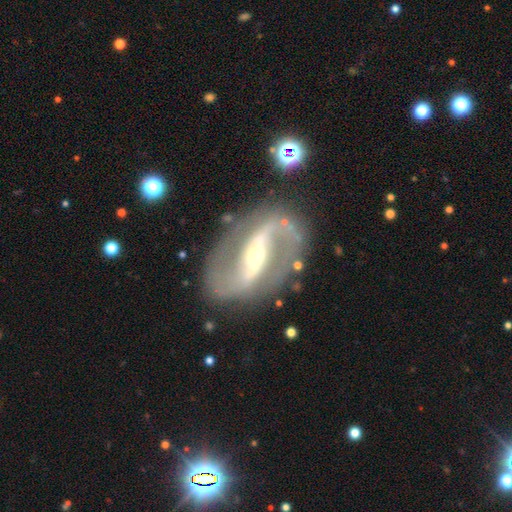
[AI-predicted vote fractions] A featured or disk galaxy (89%) with a strong bar (61%), 2 (92%) medium (46%) spiral arms (93%) and a small central bulge (57%).

Vote fractions:
- Smooth or featured? featured or disk: 89% / star or artifact: 5% / smooth: 5%
- Edge-on disk? no: 95% / yes: 5%
- Bar? strong: 61% / weak: 24% / no: 15%
- Spiral arms? yes: 93% / no: 7%
- Spiral winding? medium: 46% / loose: 38% / tight: 16%
- Spiral arm count? 2: 92% / can't tell: 3% / 1: 2% / 3: 1% / 4: 1% / more than 4: 1%
- Bulge size? small: 57% / moderate: 38% / large: 3% / dominant: 1% / none: 1%
- Merging? none: 81% / minor disturbance: 11% / major disturbance: 5% / merger: 2%